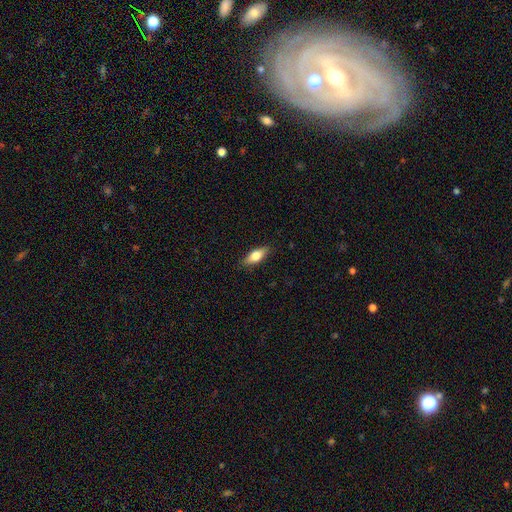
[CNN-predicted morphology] smooth-or-featured: smooth: 65% | featured or disk: 28% | star or artifact: 7%
  how-rounded: in between: 68% | cigar-shaped: 28% | round: 3%
  merging: none: 86% | minor disturbance: 11% | major disturbance: 2% | merger: 1%